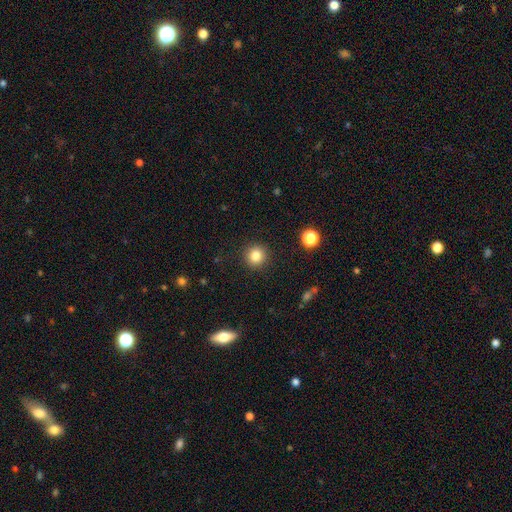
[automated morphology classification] A smooth galaxy with no disk features (83%) that is round (94%). Merging: none (92%).